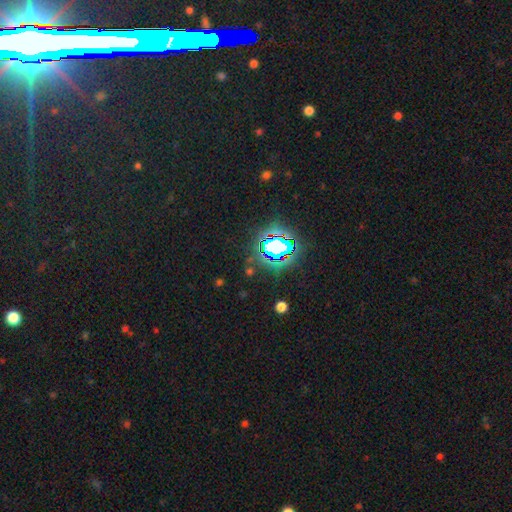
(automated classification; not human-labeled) A star or artifact, not a galaxy (80%).